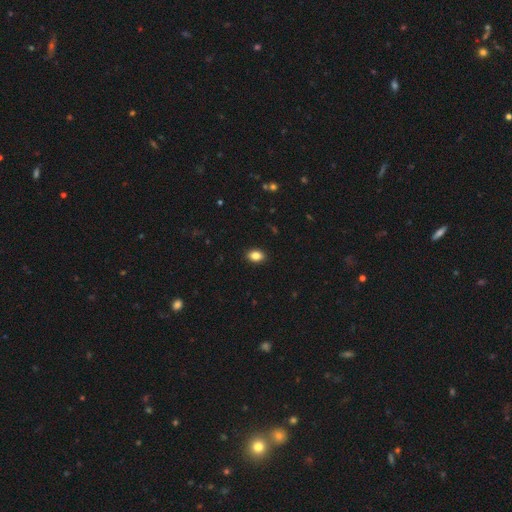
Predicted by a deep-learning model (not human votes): smooth 86%, star or artifact 9%, featured or disk 5%. Down the decision tree: how rounded — in between (78%); merging — none (90%).